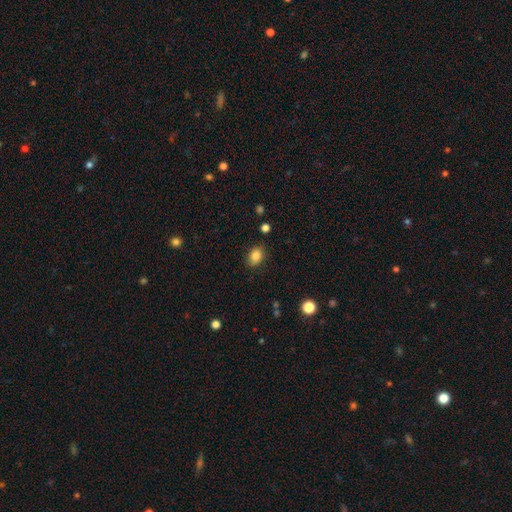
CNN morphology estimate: type=smooth (83%); roundness=in between (64%); merging=none (84%).